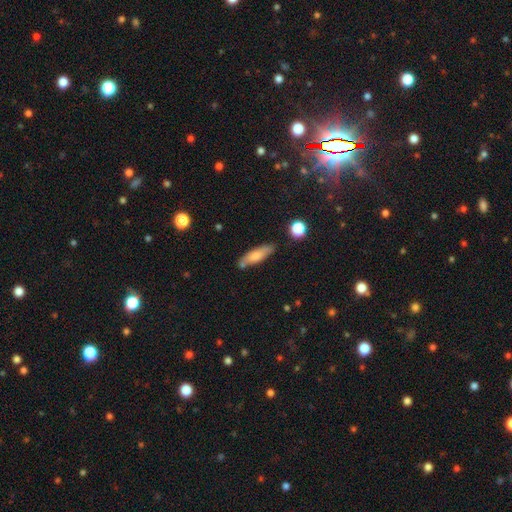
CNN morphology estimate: A smooth galaxy with no disk features (71%) that is cigar-shaped (58%).

Vote fractions:
- Smooth or featured? smooth: 71% / featured or disk: 22% / star or artifact: 7%
- How rounded? cigar-shaped: 58% / in between: 40% / round: 2%
- Merging? none: 74% / minor disturbance: 16% / merger: 6% / major disturbance: 3%